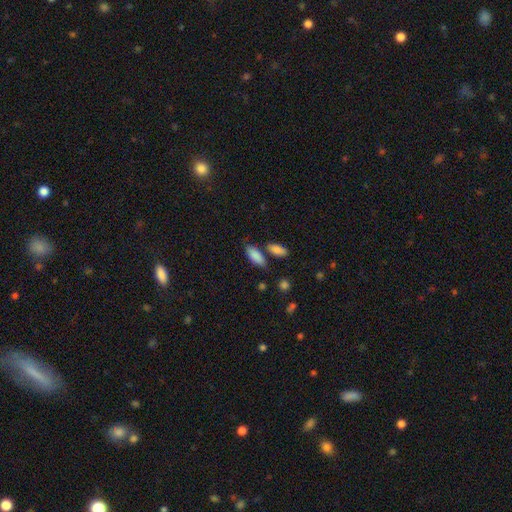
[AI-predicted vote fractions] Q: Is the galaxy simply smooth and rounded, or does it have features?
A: smooth — 86%.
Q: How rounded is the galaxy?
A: in between — 83%.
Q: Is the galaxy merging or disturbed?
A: none — 67%.